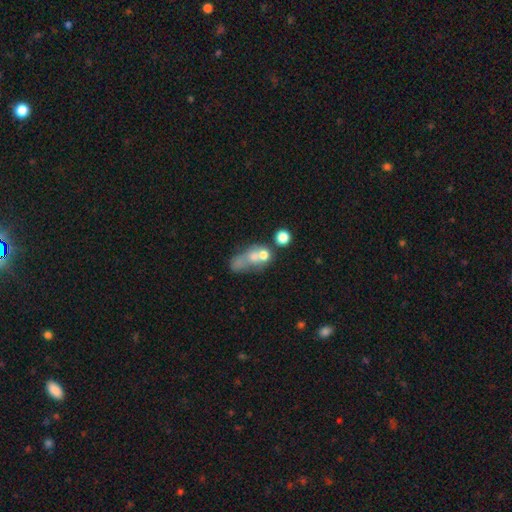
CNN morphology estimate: Smooth or featured? Predicted: smooth (p=0.48). Merging? Predicted: merger (p=0.37).